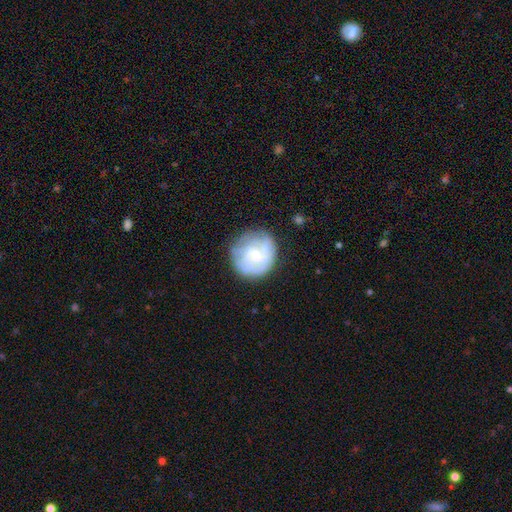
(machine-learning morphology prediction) smooth-or-featured: featured or disk: 66% | smooth: 27% | star or artifact: 7%
  disk-edge-on: no: 98% | yes: 2%
    bar: no: 61% | weak: 34% | strong: 5%
    has-spiral-arms: yes: 85% | no: 15%
      spiral-winding: tight: 60% | medium: 30% | loose: 10%
      spiral-arm-count: can't tell: 42% | 2: 24% | 3: 18% | 4: 8% | 1: 5% | more than 4: 4%
    bulge-size: small: 64% | moderate: 30% | none: 3% | large: 2% | dominant: 1%
  merging: none: 75% | minor disturbance: 18% | major disturbance: 6% | merger: 1%